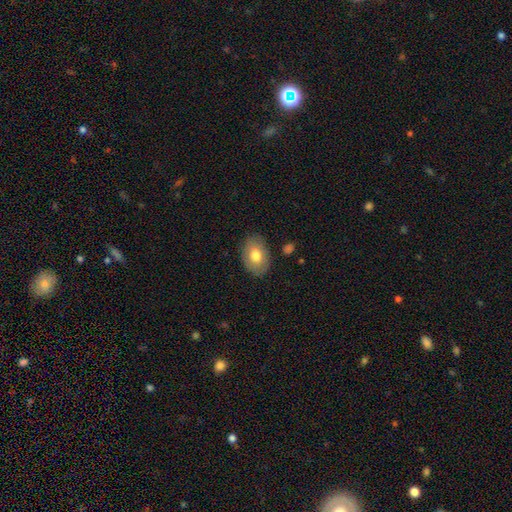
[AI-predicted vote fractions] The model was most divided on "smooth or featured": smooth: 73%, featured or disk: 20%, star or artifact: 7%. More confident: merging — none (84%); how rounded — in between (81%).